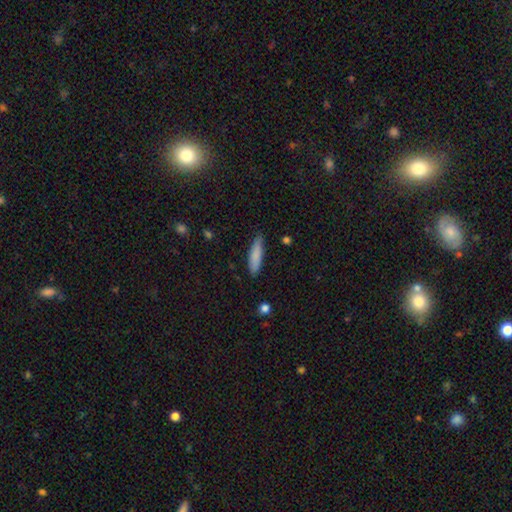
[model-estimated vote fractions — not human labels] Smooth or featured?
  - smooth: 83% *
  - featured or disk: 11%
  - star or artifact: 6%
How rounded?
  - cigar-shaped: 68% *
  - in between: 30%
  - round: 1%
Merging?
  - none: 83% *
  - minor disturbance: 14%
  - major disturbance: 2%
  - merger: 1%